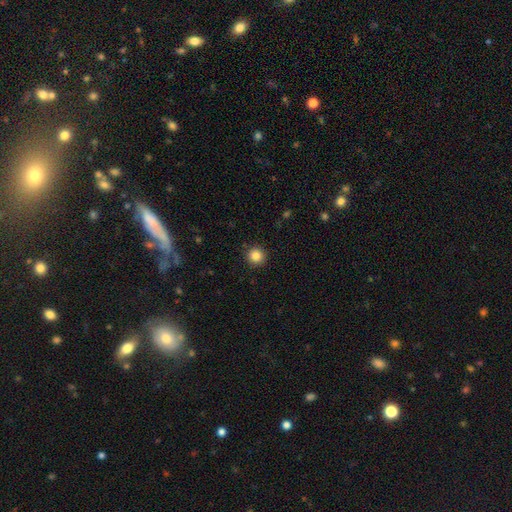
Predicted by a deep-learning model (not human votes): This is clearly a smooth galaxy (85%). How rounded: clearly round (95%). Merging: clearly none (91%).